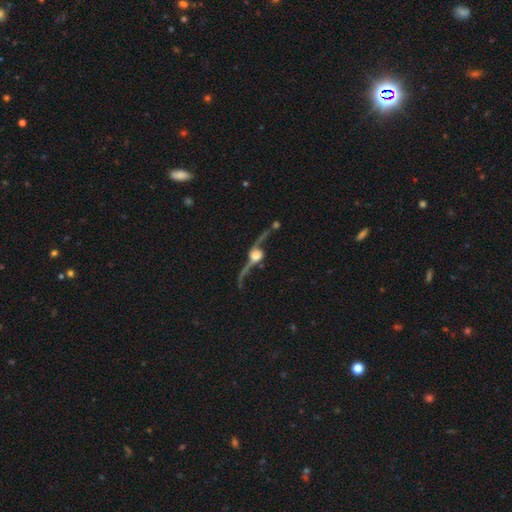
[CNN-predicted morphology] Overall: featured or disk (86%). Edge-on disk: yes (62%; no 38%). Edge-on bulge: rounded (94%). Merging: none (61%).